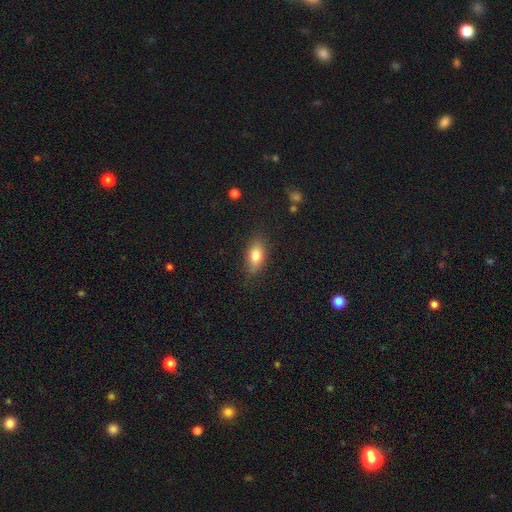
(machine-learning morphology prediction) smooth-or-featured: smooth: 77% | featured or disk: 15% | star or artifact: 8%
  how-rounded: in between: 83% | cigar-shaped: 10% | round: 7%
  merging: none: 81% | minor disturbance: 14% | major disturbance: 3% | merger: 1%